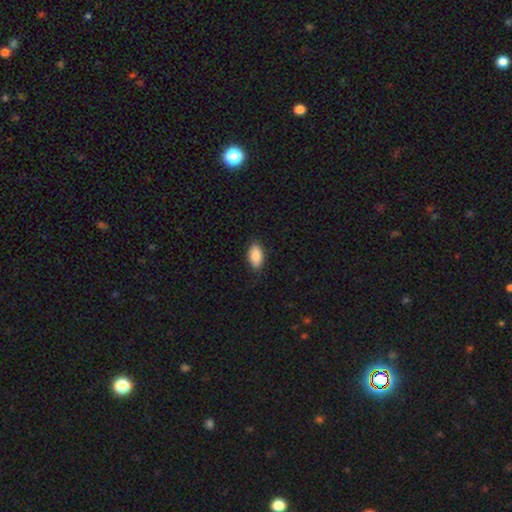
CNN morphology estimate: Smooth or featured? Predicted: smooth (p=0.89). How rounded? Predicted: in between (p=0.93). Merging? Predicted: none (p=0.86).